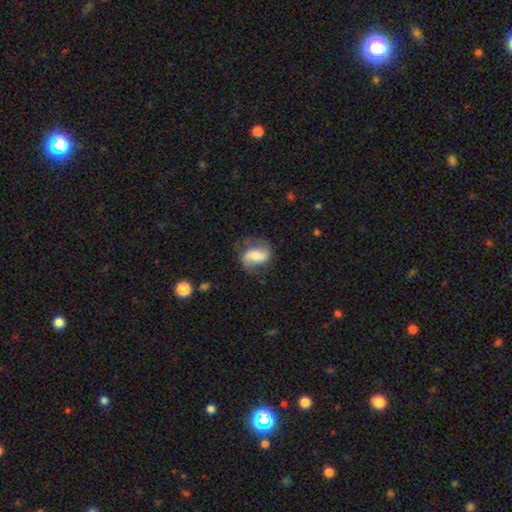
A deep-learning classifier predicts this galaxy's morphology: Smooth or featured? featured or disk (54%)
Edge-on disk? no (96%)
Bar? no (40%)
Spiral arms? yes (86%)
Bulge size? moderate (44%)
Merging? none (61%)